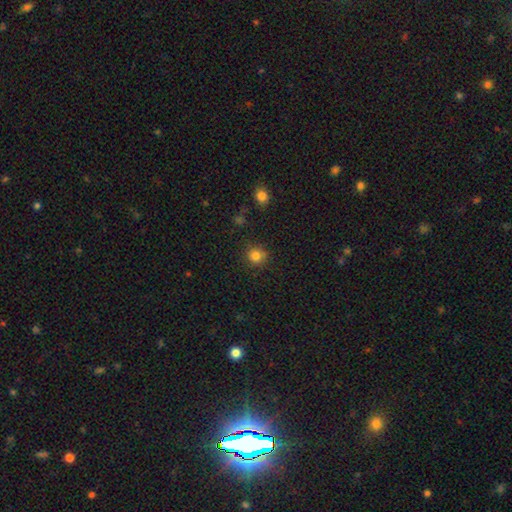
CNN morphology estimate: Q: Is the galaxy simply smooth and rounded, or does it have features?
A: smooth — 83%.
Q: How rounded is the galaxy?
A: round — 89%.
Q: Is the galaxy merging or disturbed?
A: none — 84%.